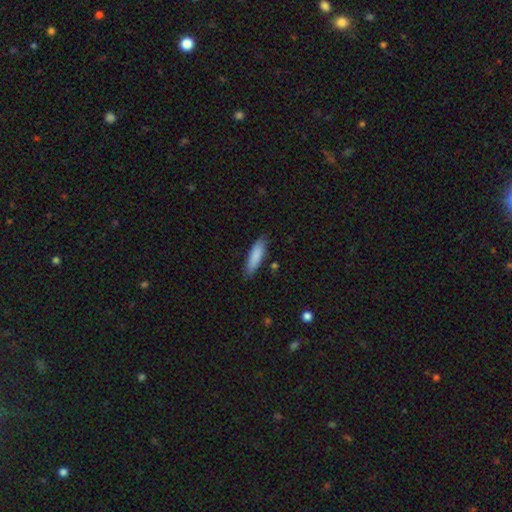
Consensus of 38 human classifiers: This is clearly a smooth galaxy (84%). How rounded: likely cigar-shaped (62%). Merging: clearly none (89%).